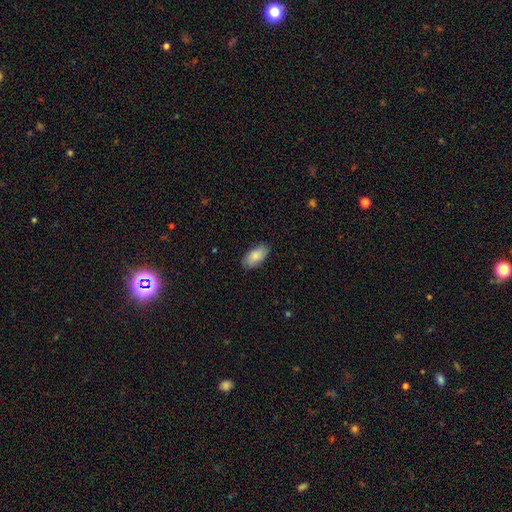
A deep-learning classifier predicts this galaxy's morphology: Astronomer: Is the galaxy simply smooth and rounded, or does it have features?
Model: smooth — 85%.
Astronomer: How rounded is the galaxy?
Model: in between — 94%.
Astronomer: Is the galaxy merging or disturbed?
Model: none — 85%.